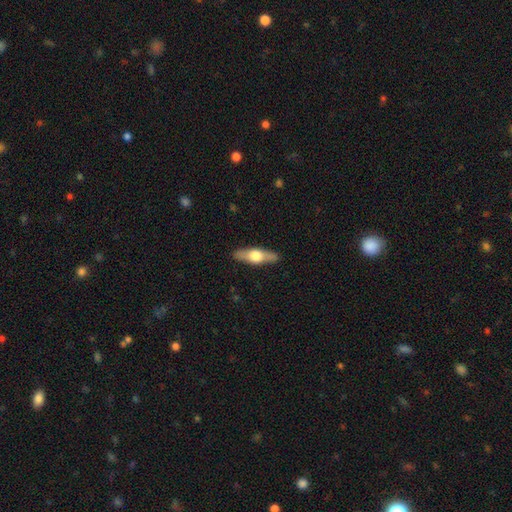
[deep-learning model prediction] A featured or disk galaxy (55%) viewed edge-on (91%) with a rounded central bulge (94%).

Vote fractions:
- Smooth or featured? featured or disk: 55% / smooth: 40% / star or artifact: 5%
- Edge-on disk? yes: 91% / no: 9%
- Edge-on bulge? rounded: 94% / boxy: 4% / none: 2%
- Merging? none: 88% / minor disturbance: 9% / major disturbance: 2% / merger: 1%